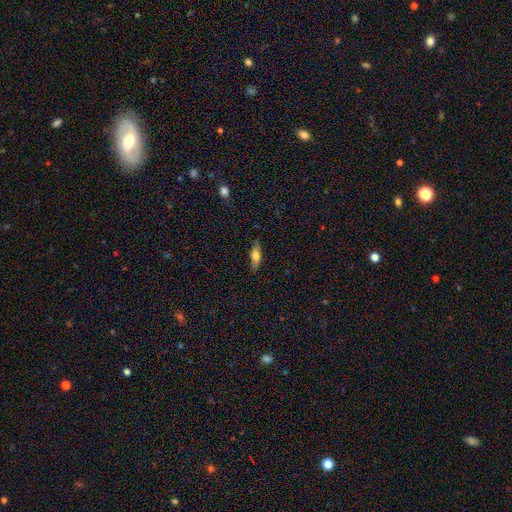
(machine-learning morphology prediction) Smooth or featured? smooth (68%)
How rounded? in between (57%)
Merging? none (86%)